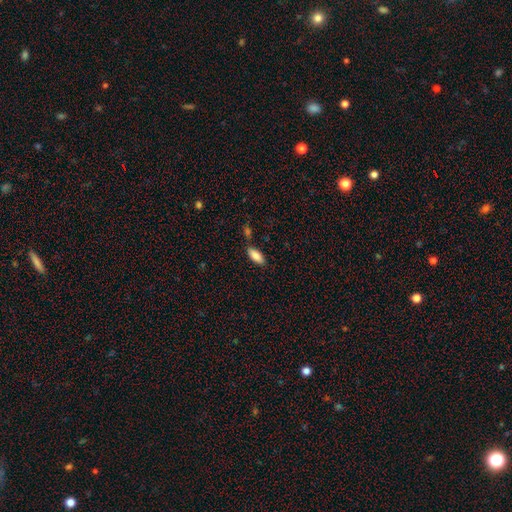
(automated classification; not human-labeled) smooth-or-featured: smooth: 87% | featured or disk: 7% | star or artifact: 7%
  how-rounded: in between: 82% | cigar-shaped: 16% | round: 2%
  merging: none: 79% | minor disturbance: 13% | merger: 6% | major disturbance: 3%